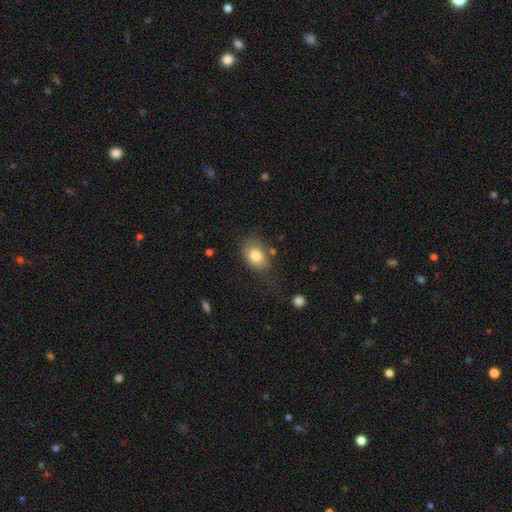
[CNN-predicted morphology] A smooth galaxy with no disk features (80%) that is in between round and cigar-shaped (73%). Merging: none (64%).